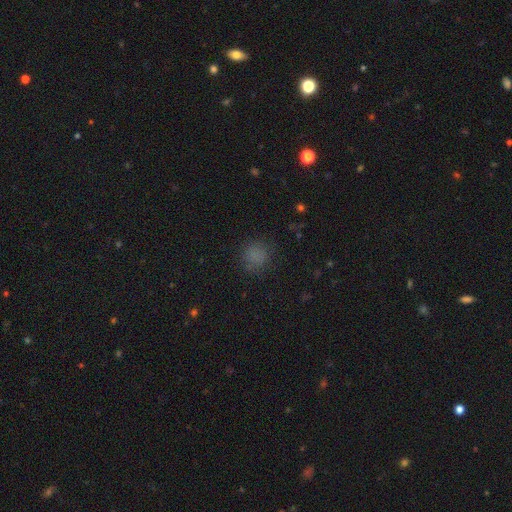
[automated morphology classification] Overall: smooth (77%). How rounded: round (86%). Merging: none (81%).